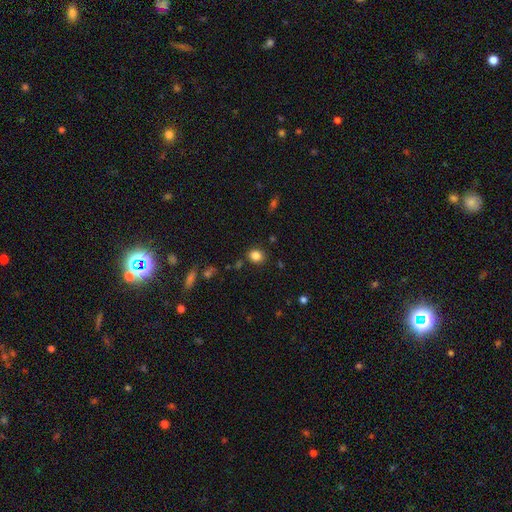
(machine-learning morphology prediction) The model was most divided on "how rounded": round: 66%, in between: 33%, cigar-shaped: 1%. More confident: merging — none (86%); smooth or featured — smooth (84%).